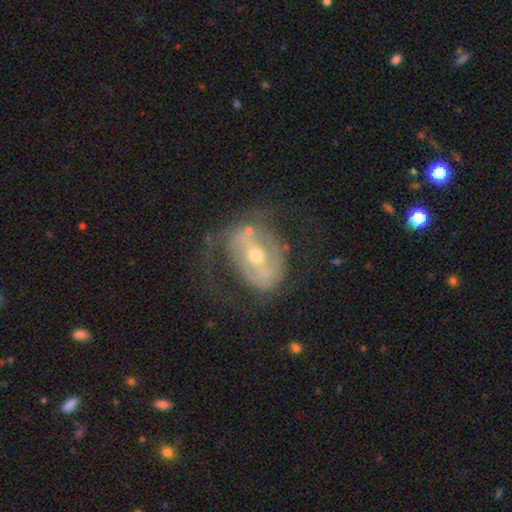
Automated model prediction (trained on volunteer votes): Overall: featured or disk (79%). Edge-on disk: no (95%). Bar: strong (47%; weak 33%). Spiral arms: yes (64%; no 36%). Bulge size: moderate (58%; small 38%). Merging: none (49%; major disturbance 28%).